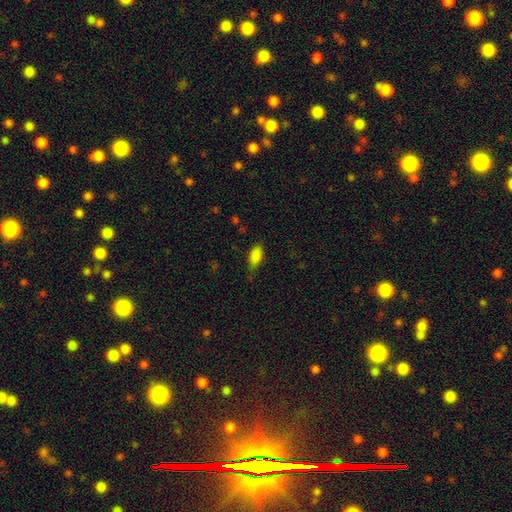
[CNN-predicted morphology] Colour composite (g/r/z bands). It shows a smooth galaxy with no disk features (86%) that is in between round and cigar-shaped (89%). Merging: none (66%).